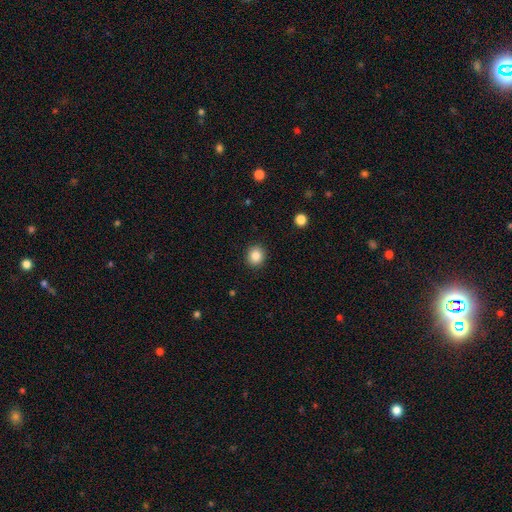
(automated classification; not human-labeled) Smooth or featured: smooth — 85% (star or artifact — 10%)
How rounded: round — 85% (in between — 15%)
Merging: none — 91% (minor disturbance — 6%)